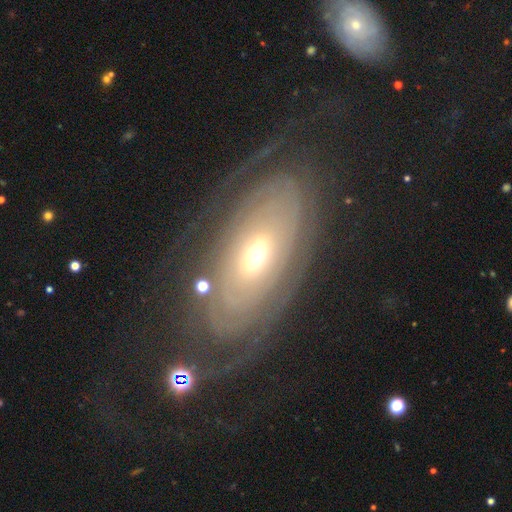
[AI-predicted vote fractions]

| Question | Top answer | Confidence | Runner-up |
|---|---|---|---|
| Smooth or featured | featured or disk | 80% | smooth (13%) |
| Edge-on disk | no | 91% | yes (9%) |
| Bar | no | 71% | weak (20%) |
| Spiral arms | yes | 81% | no (19%) |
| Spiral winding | tight | 77% | medium (16%) |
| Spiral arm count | can't tell | 52% | 2 (18%) |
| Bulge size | moderate | 60% | small (29%) |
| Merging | none | 69% | minor disturbance (15%) |